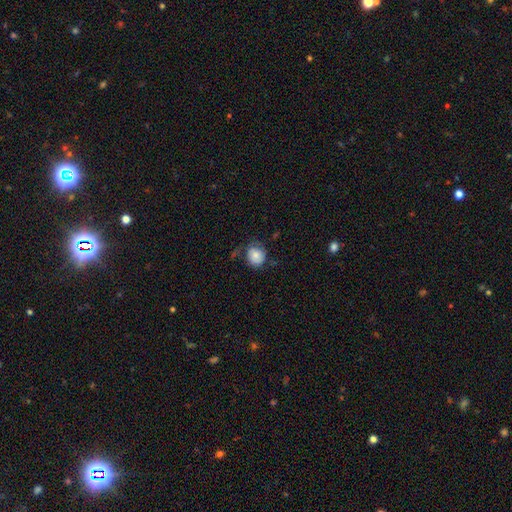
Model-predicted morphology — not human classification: This appears to be a smooth galaxy with no disk features (71%) that is round (76%). Merging: none (52%).